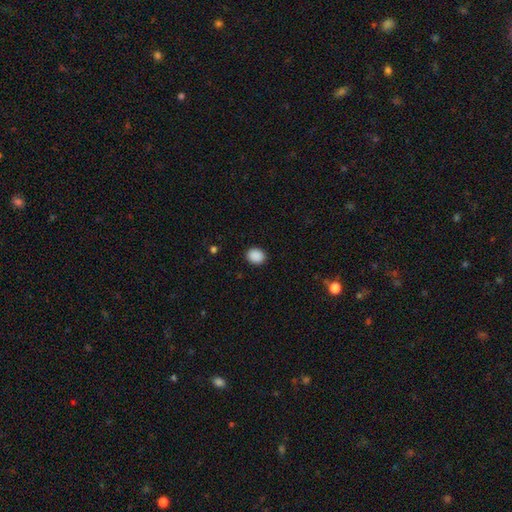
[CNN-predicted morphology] The model was most divided on "how rounded": round: 58%, in between: 41%, cigar-shaped: 1%. More confident: merging — none (90%); smooth or featured — smooth (89%).